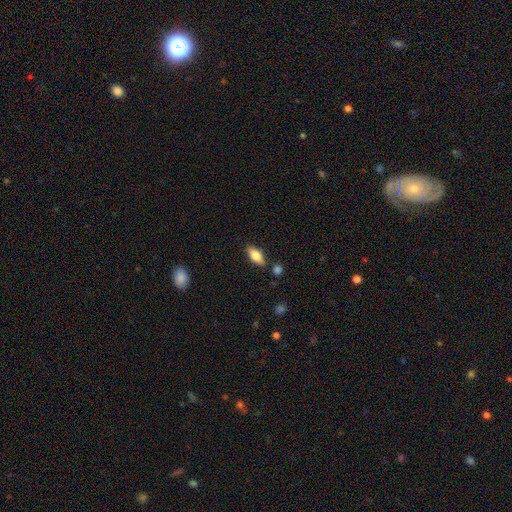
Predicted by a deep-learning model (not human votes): Smooth or featured?
  - smooth: 73% *
  - featured or disk: 21%
  - star or artifact: 7%
How rounded?
  - in between: 83% *
  - cigar-shaped: 14%
  - round: 3%
Merging?
  - none: 82% *
  - minor disturbance: 11%
  - merger: 5%
  - major disturbance: 2%